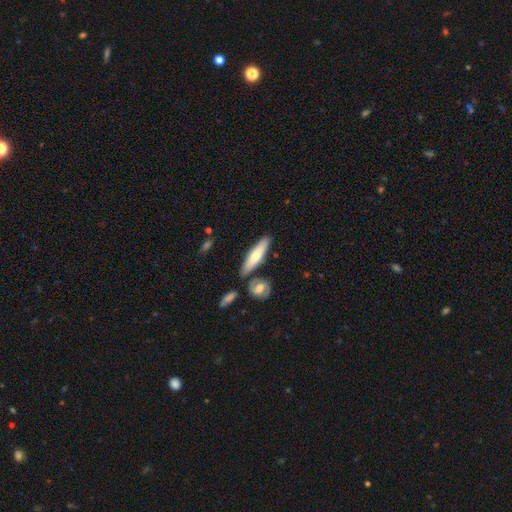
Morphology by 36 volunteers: Smooth or featured: smooth — 53% (featured or disk — 39%)
How rounded: cigar-shaped — 53% (in between — 47%)
Merging: none — 67% (minor disturbance — 15%)